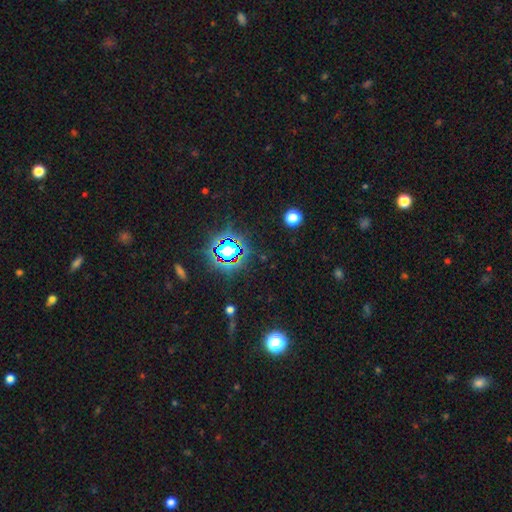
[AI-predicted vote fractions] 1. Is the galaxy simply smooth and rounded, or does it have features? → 80% star or artifact, 13% smooth, 8% featured or disk.